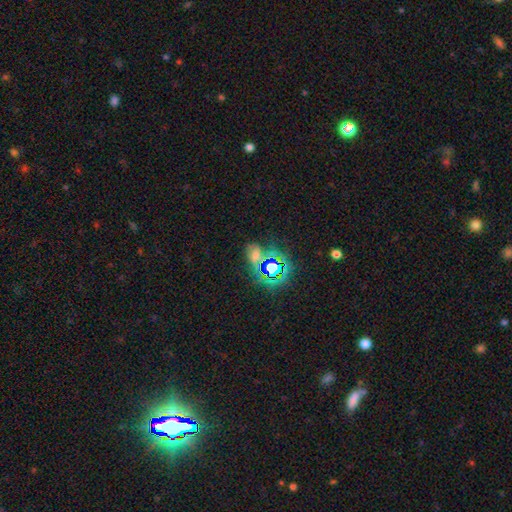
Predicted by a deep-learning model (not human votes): Smooth or featured?
  - star or artifact: 57% *
  - smooth: 30%
  - featured or disk: 13%